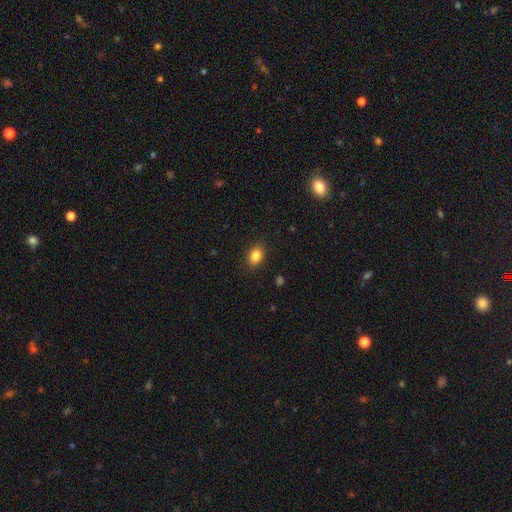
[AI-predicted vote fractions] Overall: smooth (85%). How rounded: in between (67%; round 32%). Merging: none (88%).